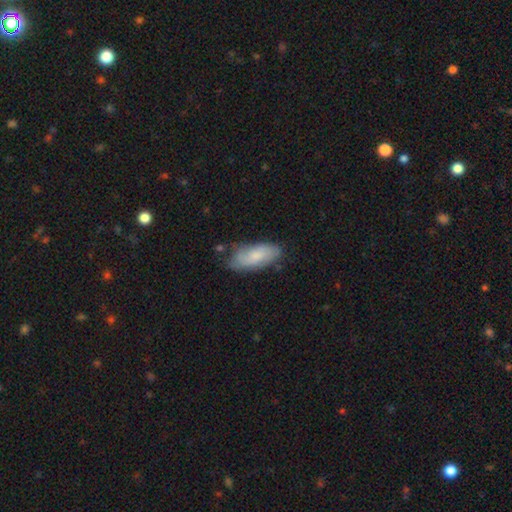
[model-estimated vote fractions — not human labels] This appears to be a smooth galaxy with no disk features (71%) that is in between round and cigar-shaped (80%). Merging: none (66%).